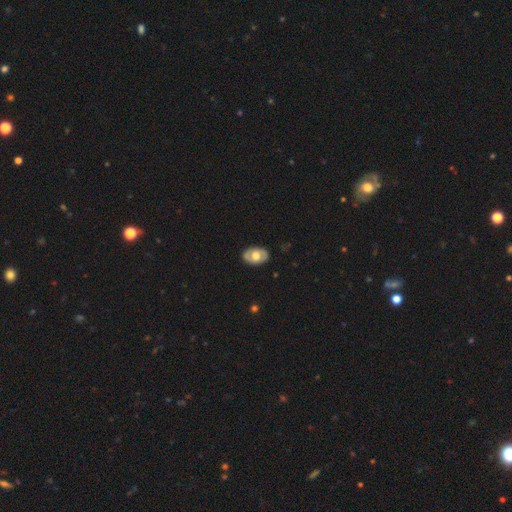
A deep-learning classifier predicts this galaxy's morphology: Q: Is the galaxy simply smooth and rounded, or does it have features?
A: smooth — 49%.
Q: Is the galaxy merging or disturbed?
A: none — 82%.